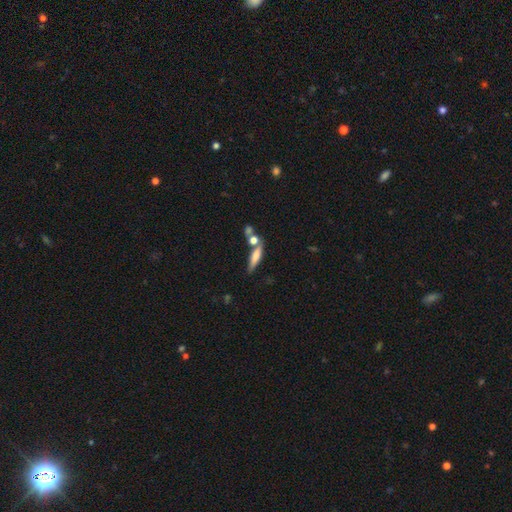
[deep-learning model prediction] smooth 66%, featured or disk 25%, star or artifact 9%. Down the decision tree: how rounded — cigar-shaped (67%); merging — none (53%).